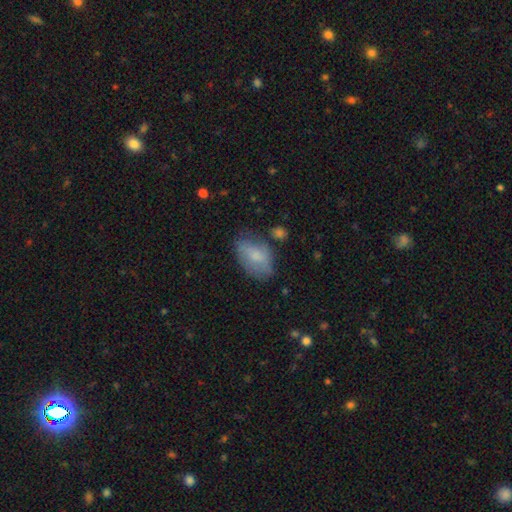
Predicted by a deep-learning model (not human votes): Q: Smooth or featured?
A: smooth (74%); runner-up: featured or disk (19%)
Q: How rounded?
A: in between (90%); runner-up: round (8%)
Q: Merging?
A: none (57%); runner-up: minor disturbance (28%)